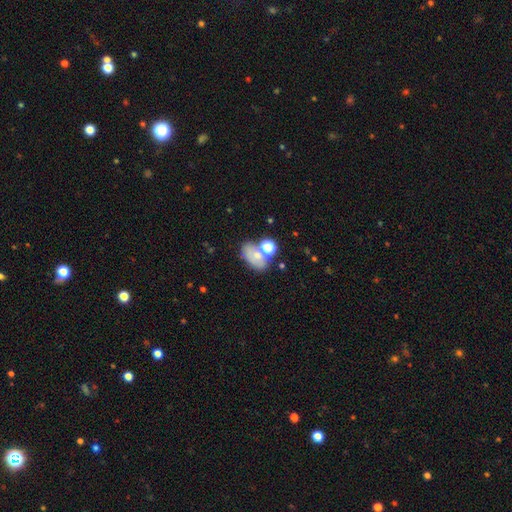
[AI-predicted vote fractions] smooth-or-featured: smooth: 61% | featured or disk: 23% | star or artifact: 16%
  how-rounded: in between: 79% | round: 20% | cigar-shaped: 2%
  merging: none: 43% | merger: 31% | minor disturbance: 17% | major disturbance: 10%